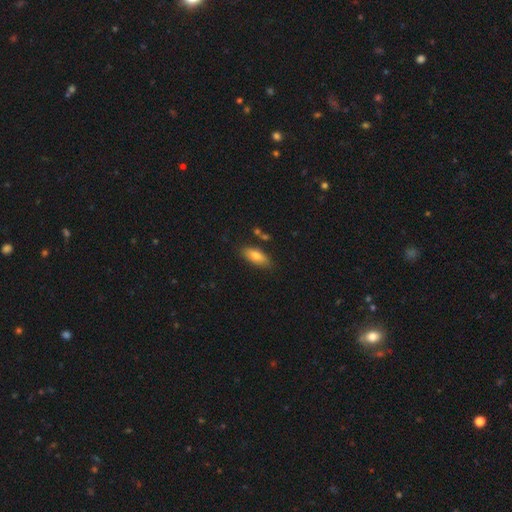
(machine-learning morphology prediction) Smooth or featured?
  - smooth: 80% *
  - featured or disk: 13%
  - star or artifact: 7%
How rounded?
  - in between: 82% *
  - cigar-shaped: 16%
  - round: 3%
Merging?
  - none: 80% *
  - minor disturbance: 14%
  - merger: 4%
  - major disturbance: 3%